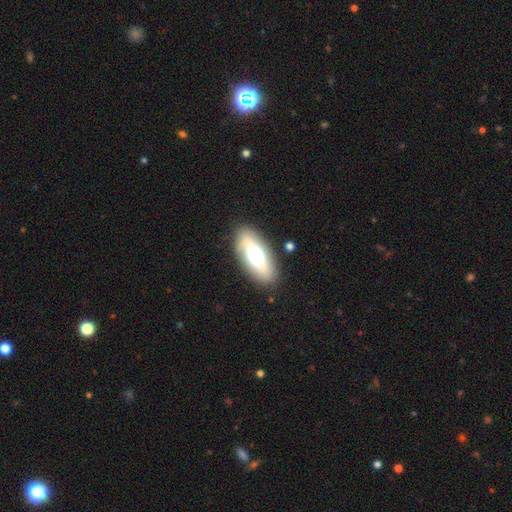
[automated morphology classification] Smooth or featured: smooth — 58% (featured or disk — 34%)
How rounded: in between — 80% (cigar-shaped — 15%)
Merging: none — 85% (minor disturbance — 10%)